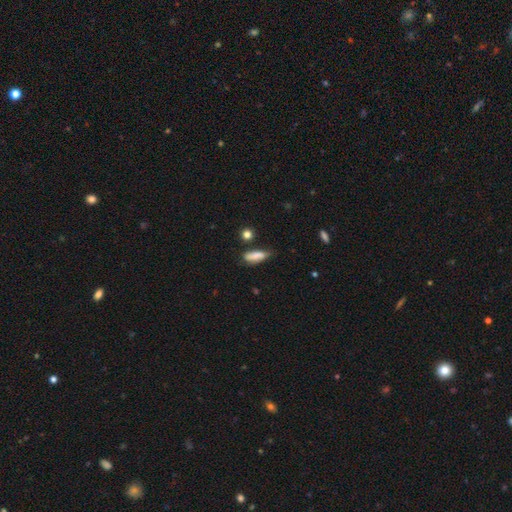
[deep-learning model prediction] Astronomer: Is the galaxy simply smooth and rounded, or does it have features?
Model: smooth — 78%.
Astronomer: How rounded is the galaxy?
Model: in between — 53% (runner-up: cigar-shaped, 44%).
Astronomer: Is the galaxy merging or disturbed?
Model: none — 57%.